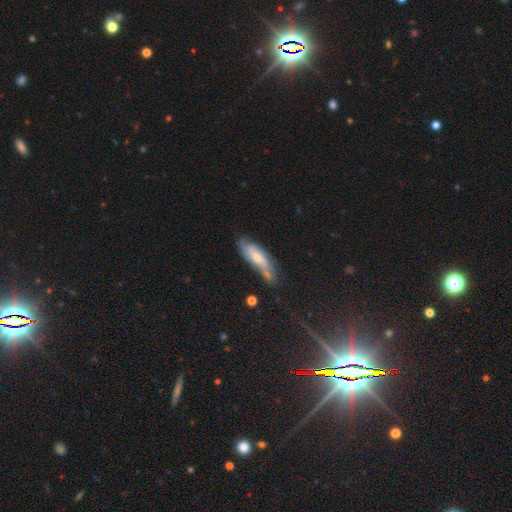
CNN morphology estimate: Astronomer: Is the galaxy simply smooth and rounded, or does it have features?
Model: featured or disk — 56% (runner-up: smooth, 34%).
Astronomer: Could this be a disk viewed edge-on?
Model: no — 70%.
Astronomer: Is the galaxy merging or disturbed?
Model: none — 62%.